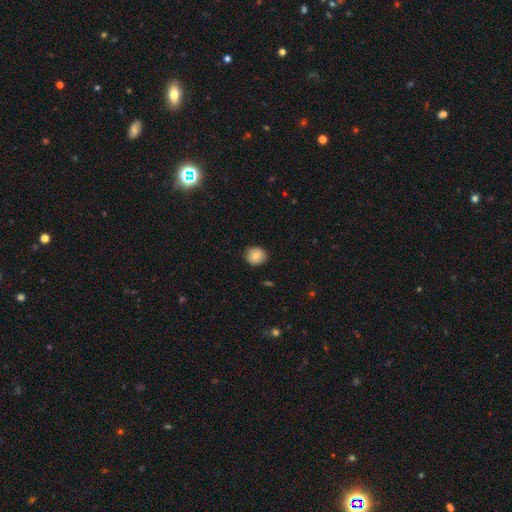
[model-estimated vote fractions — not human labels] smooth-or-featured: smooth: 84% | star or artifact: 8% | featured or disk: 8%
  how-rounded: round: 69% | in between: 30% | cigar-shaped: 1%
  merging: none: 87% | minor disturbance: 10% | major disturbance: 2% | merger: 1%